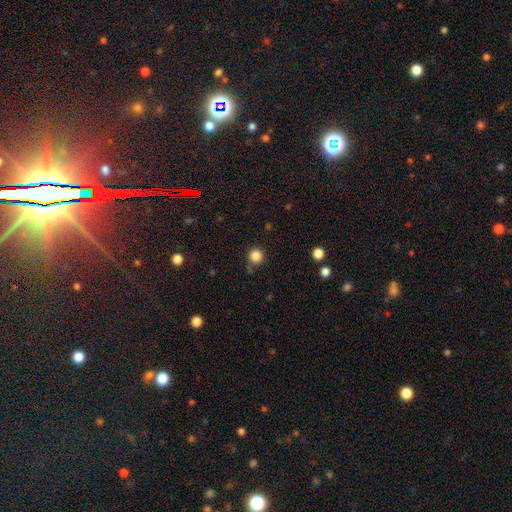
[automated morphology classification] smooth_or_featured: smooth (p=0.84) [alt: star or artifact p=0.12]
how_rounded: round (p=0.95) [alt: in between p=0.04]
merging: none (p=0.84) [alt: minor disturbance p=0.09]